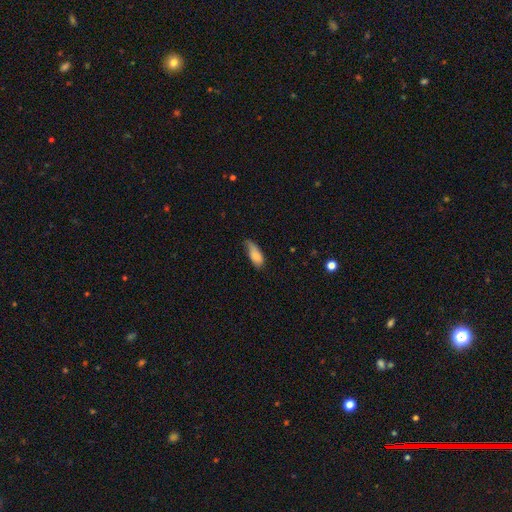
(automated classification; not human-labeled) Overall: smooth (83%). How rounded: in between (79%). Merging: minor disturbance (44%; none 38%).